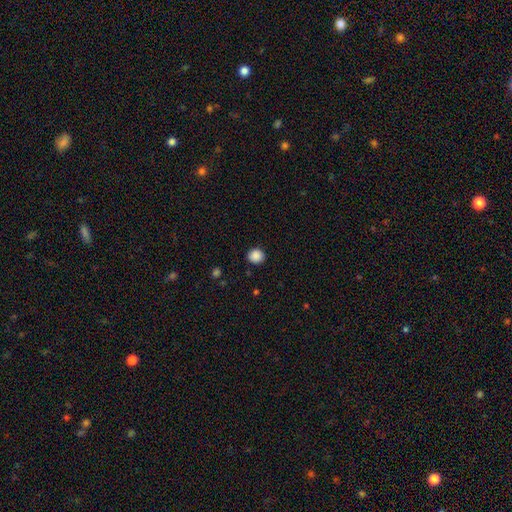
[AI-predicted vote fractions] Smooth or featured? smooth (88%)
How rounded? round (81%)
Merging? none (90%)